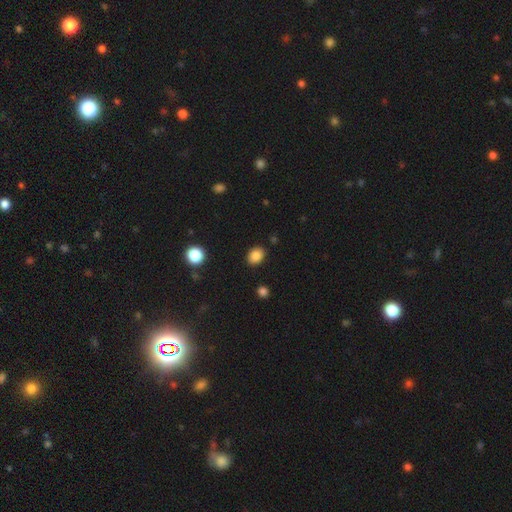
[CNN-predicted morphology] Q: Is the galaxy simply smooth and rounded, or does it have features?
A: smooth — 86%.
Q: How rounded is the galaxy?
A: in between — 65%.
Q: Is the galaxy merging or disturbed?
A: none — 86%.